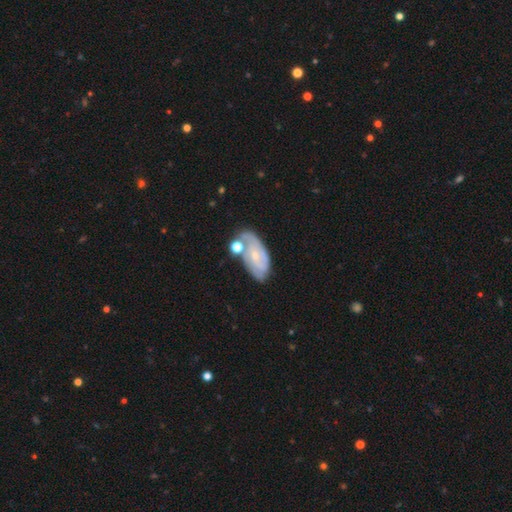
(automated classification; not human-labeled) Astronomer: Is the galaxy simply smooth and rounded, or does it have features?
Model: featured or disk — 73%.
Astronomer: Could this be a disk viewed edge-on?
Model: no — 95%.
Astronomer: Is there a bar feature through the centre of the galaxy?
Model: no — 62%.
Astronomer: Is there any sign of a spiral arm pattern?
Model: yes — 88%.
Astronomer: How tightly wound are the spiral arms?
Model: tight — 57%.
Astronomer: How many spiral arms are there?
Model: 2 — 39% (runner-up: can't tell, 35%).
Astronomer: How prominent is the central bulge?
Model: small — 73%.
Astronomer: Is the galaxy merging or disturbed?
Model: none — 51%.